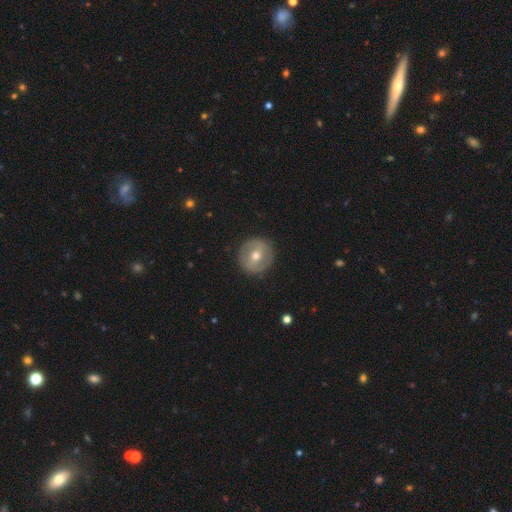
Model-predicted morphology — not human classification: A featured or disk galaxy (55%) with a weak bar (44%), no spiral arms (58%) and a moderate central bulge (69%). Merging: none (89%).